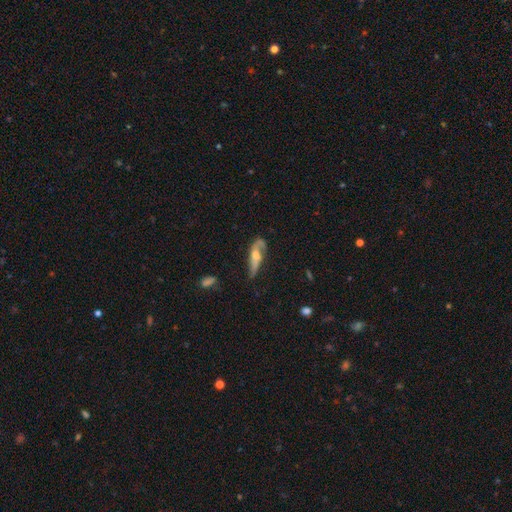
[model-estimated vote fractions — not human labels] smooth_or_featured: featured or disk (p=0.59) [alt: smooth p=0.34]
disk_edge_on: no (p=0.68) [alt: yes p=0.32]
merging: none (p=0.38) [alt: minor disturbance p=0.31]